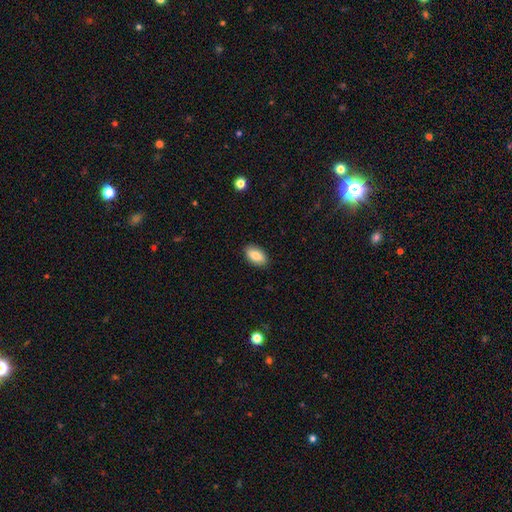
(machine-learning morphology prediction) Smooth or featured?
  - smooth: 84% *
  - featured or disk: 9%
  - star or artifact: 7%
How rounded?
  - in between: 94% *
  - round: 4%
  - cigar-shaped: 3%
Merging?
  - none: 89% *
  - minor disturbance: 8%
  - major disturbance: 2%
  - merger: 1%